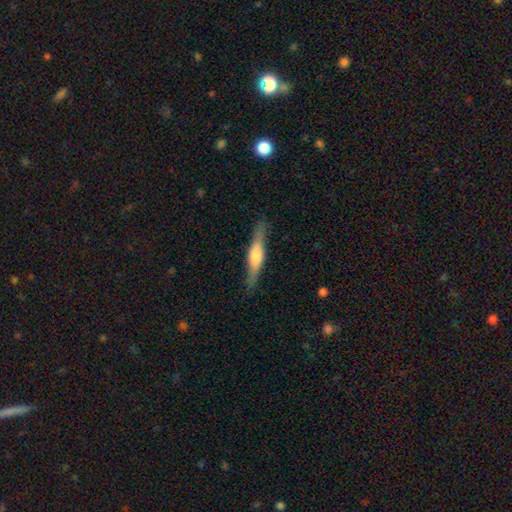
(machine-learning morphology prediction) type=featured or disk (55%); edge-on=yes (94%); edge-on bulge=rounded (76%); merging=none (86%).